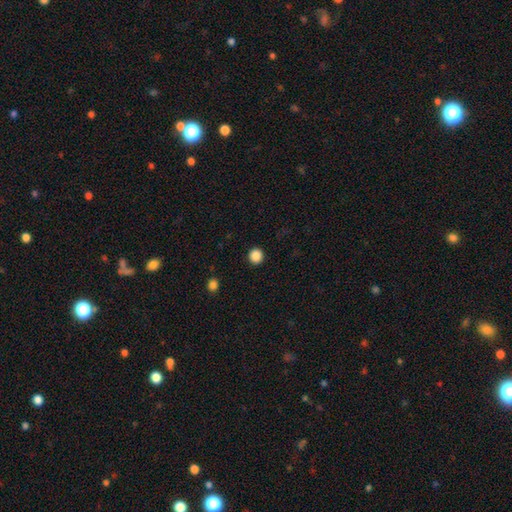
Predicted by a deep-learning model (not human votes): A smooth galaxy with no disk features (87%) that is round (93%).

Vote fractions:
- Smooth or featured? smooth: 87% / star or artifact: 10% / featured or disk: 2%
- How rounded? round: 93% / in between: 6% / cigar-shaped: 1%
- Merging? none: 93% / minor disturbance: 4% / major disturbance: 2% / merger: 1%